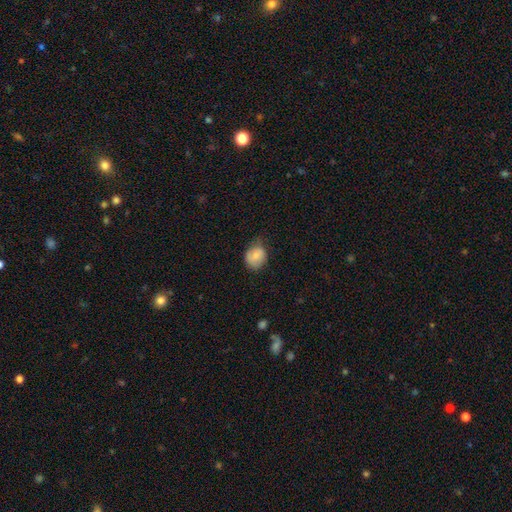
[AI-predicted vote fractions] Q: Smooth or featured?
A: smooth (76%); runner-up: featured or disk (16%)
Q: How rounded?
A: round (61%); runner-up: in between (39%)
Q: Merging?
A: none (54%); runner-up: minor disturbance (35%)